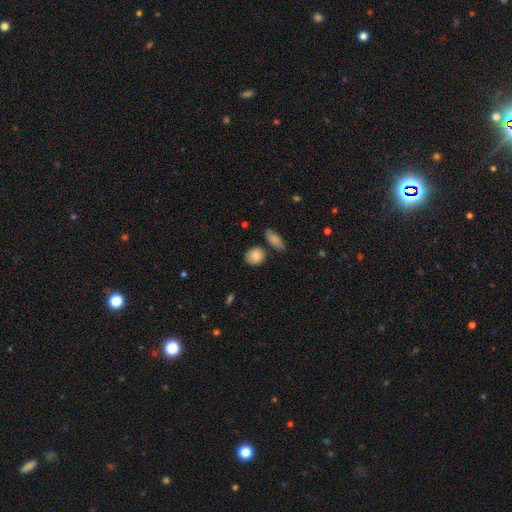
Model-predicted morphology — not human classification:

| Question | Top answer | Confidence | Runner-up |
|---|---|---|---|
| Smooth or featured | smooth | 85% | star or artifact (8%) |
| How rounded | round | 68% | in between (29%) |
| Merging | none | 77% | minor disturbance (13%) |